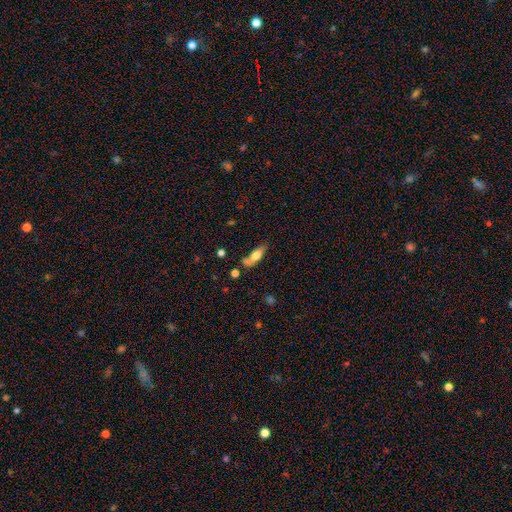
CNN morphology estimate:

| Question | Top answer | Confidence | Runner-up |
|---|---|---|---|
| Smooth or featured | smooth | 65% | featured or disk (28%) |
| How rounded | in between | 58% | cigar-shaped (39%) |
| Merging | none | 50% | minor disturbance (24%) |